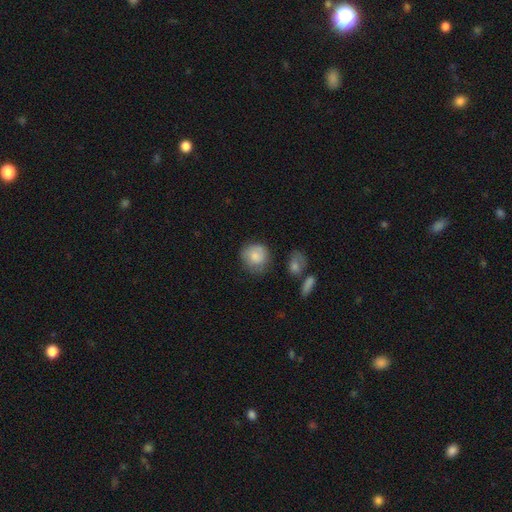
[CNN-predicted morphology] This appears to be a smooth galaxy with no disk features (81%) that is round (82%). Merging: none (61%).